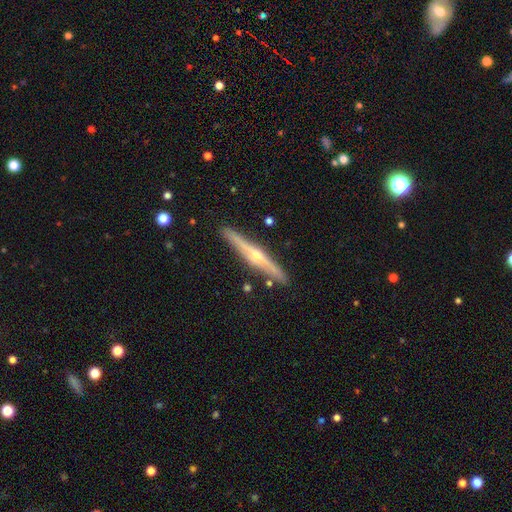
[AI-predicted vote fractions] This is likely a featured or disk galaxy (79%). It is clearly viewed edge-on (98%). Edge-on bulge: clearly rounded (90%). Merging: clearly none (89%).